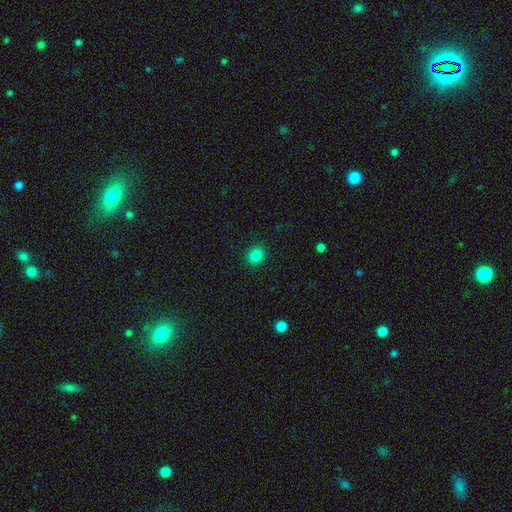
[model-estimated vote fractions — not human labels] Smooth or featured: smooth — 84% (star or artifact — 12%)
How rounded: round — 81% (in between — 18%)
Merging: none — 90% (minor disturbance — 6%)